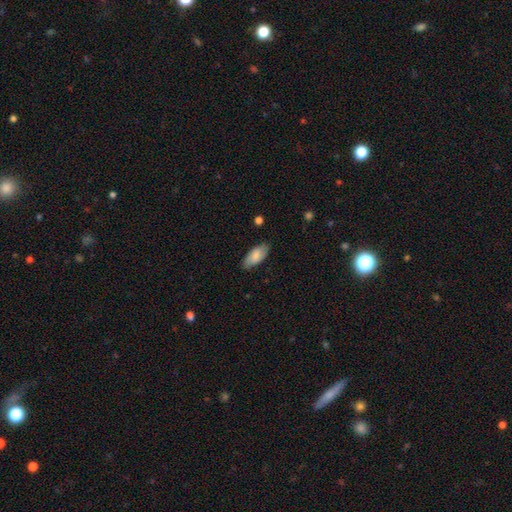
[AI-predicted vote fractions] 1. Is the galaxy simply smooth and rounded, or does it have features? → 74% smooth, 20% featured or disk, 6% star or artifact.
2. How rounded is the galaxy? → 89% in between, 9% cigar-shaped, 2% round.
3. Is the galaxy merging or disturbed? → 81% none, 15% minor disturbance, 3% major disturbance, 1% merger.